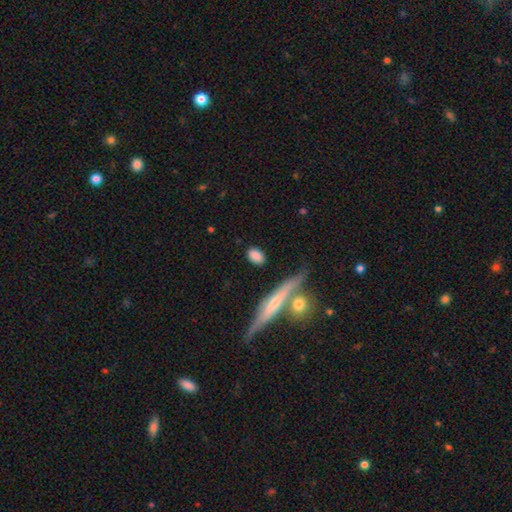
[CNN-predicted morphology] This appears to be a smooth galaxy with no disk features (82%) that is in between round and cigar-shaped (79%). Merging: none (79%).